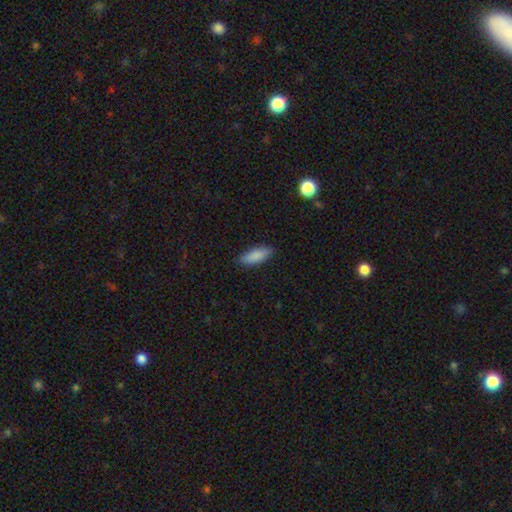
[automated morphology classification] The model was most divided on "how rounded": in between: 68%, cigar-shaped: 30%, round: 2%. More confident: merging — none (88%); smooth or featured — smooth (87%).